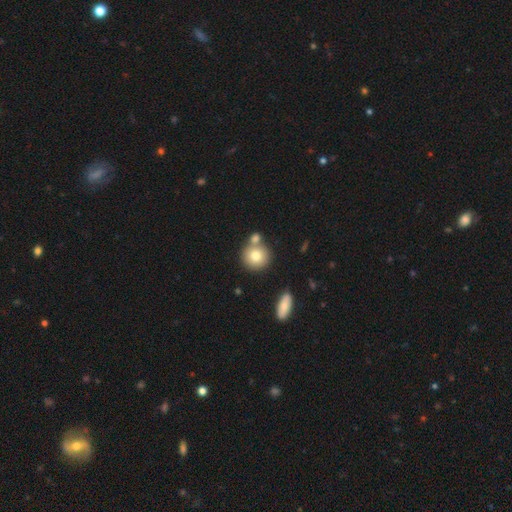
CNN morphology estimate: Smooth or featured?
  - smooth: 77% *
  - featured or disk: 14%
  - star or artifact: 9%
How rounded?
  - round: 89% *
  - in between: 10%
  - cigar-shaped: 1%
Merging?
  - none: 62% *
  - merger: 27%
  - minor disturbance: 9%
  - major disturbance: 3%